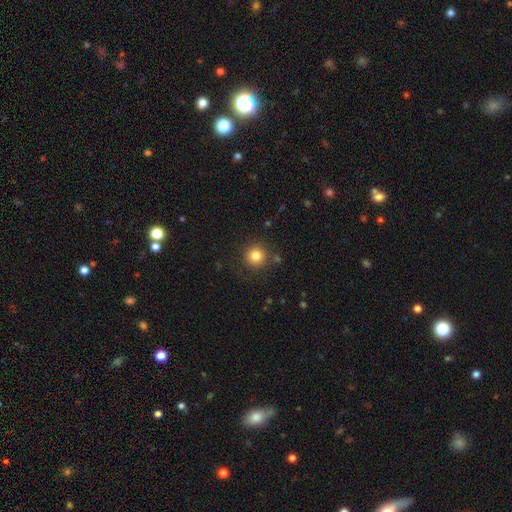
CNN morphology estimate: Smooth or featured? Predicted: smooth (p=0.83). How rounded? Predicted: round (p=0.94). Merging? Predicted: none (p=0.86).